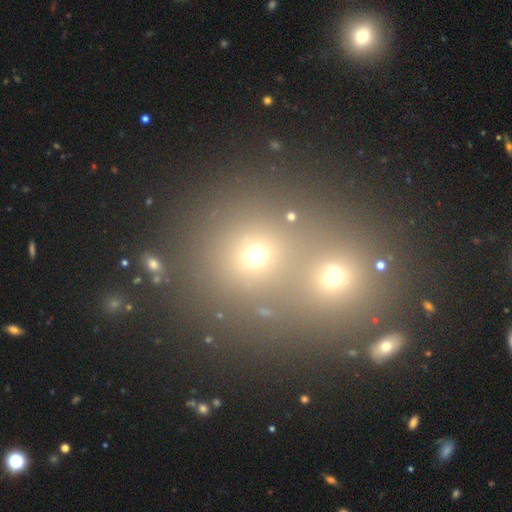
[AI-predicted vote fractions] A smooth galaxy with no disk features (57%) that is round (85%). Merging: merger (50%).